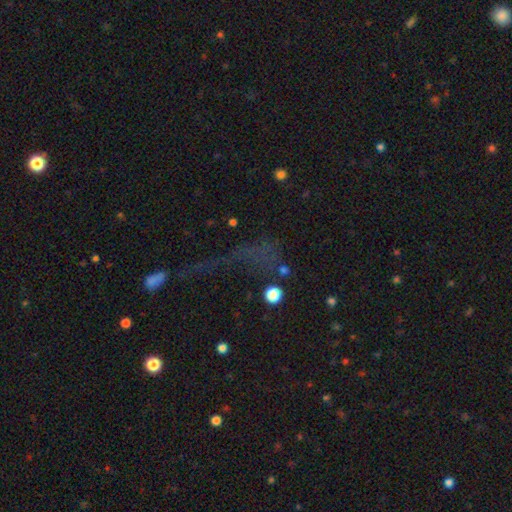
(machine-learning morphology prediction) Overall: star or artifact (56%; smooth 25%).